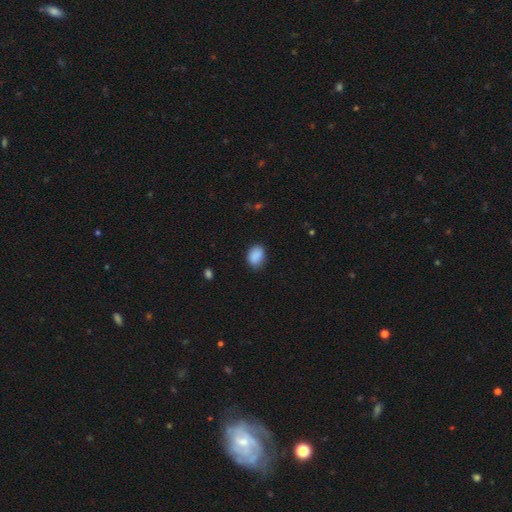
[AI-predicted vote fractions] Overall: smooth (89%). How rounded: in between (73%). Merging: none (78%).